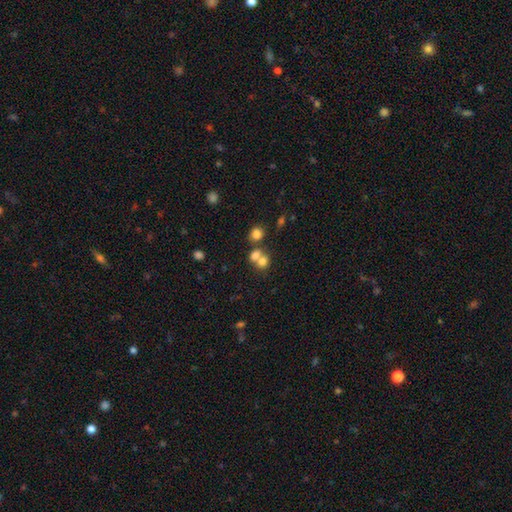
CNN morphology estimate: The model was most divided on "merging": merger: 53%, none: 36%, minor disturbance: 7%, major disturbance: 4%. More confident: smooth or featured — smooth (71%); how rounded — round (67%).